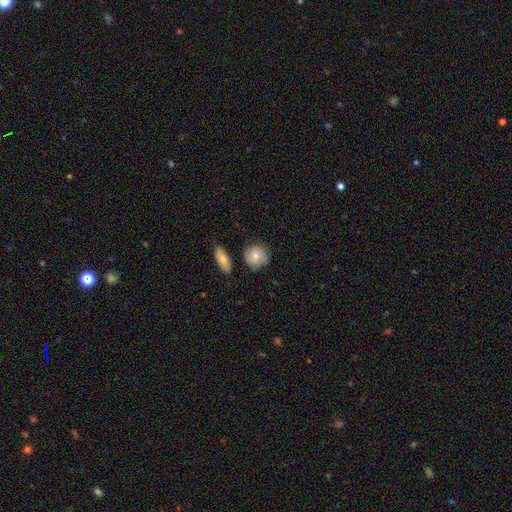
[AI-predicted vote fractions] Morphology: type=smooth (71%); roundness=round (84%); merging=none (70%).